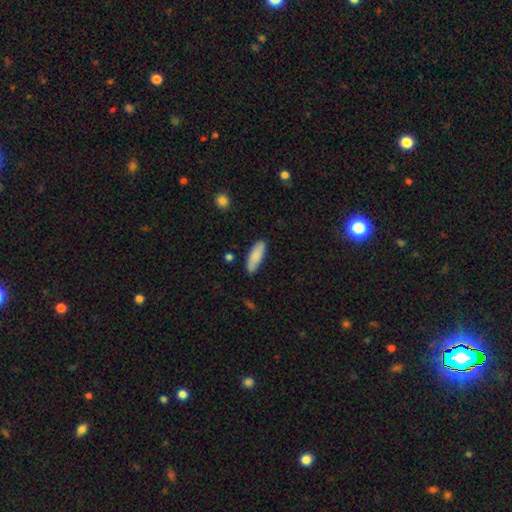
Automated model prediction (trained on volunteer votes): Overall: smooth (85%). How rounded: in between (58%; cigar-shaped 40%). Merging: none (84%).